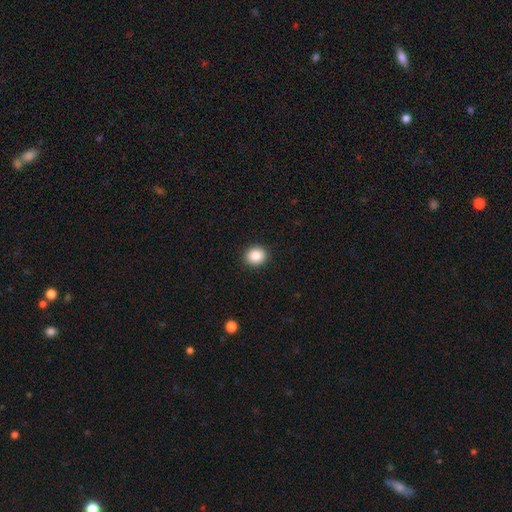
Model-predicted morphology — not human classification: smooth-or-featured: smooth: 88% | star or artifact: 9% | featured or disk: 3%
  how-rounded: round: 76% | in between: 23% | cigar-shaped: 1%
  merging: none: 91% | minor disturbance: 6% | major disturbance: 2% | merger: 1%